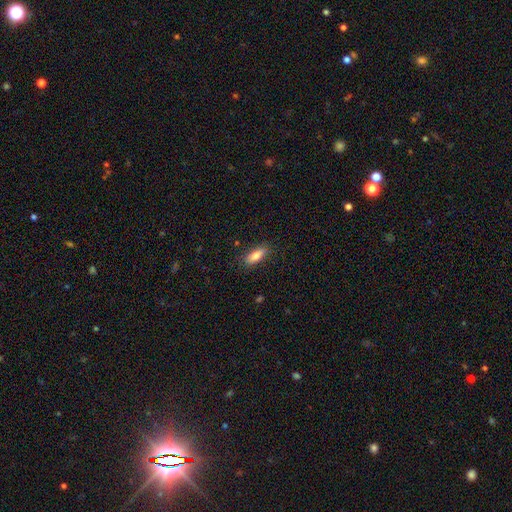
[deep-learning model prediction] The model was most divided on "how rounded": in between: 67%, cigar-shaped: 31%, round: 2%. More confident: merging — none (84%); smooth or featured — smooth (80%).